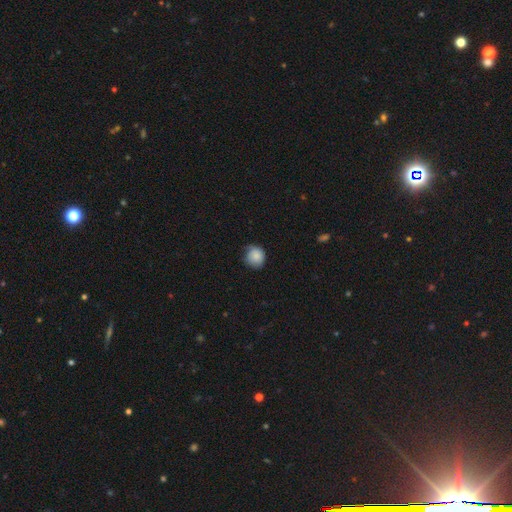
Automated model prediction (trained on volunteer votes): A smooth galaxy with no disk features (86%) that is round (87%).

Vote fractions:
- Smooth or featured? smooth: 86% / star or artifact: 8% / featured or disk: 6%
- How rounded? round: 87% / in between: 12% / cigar-shaped: 1%
- Merging? none: 66% / minor disturbance: 29% / major disturbance: 4% / merger: 1%